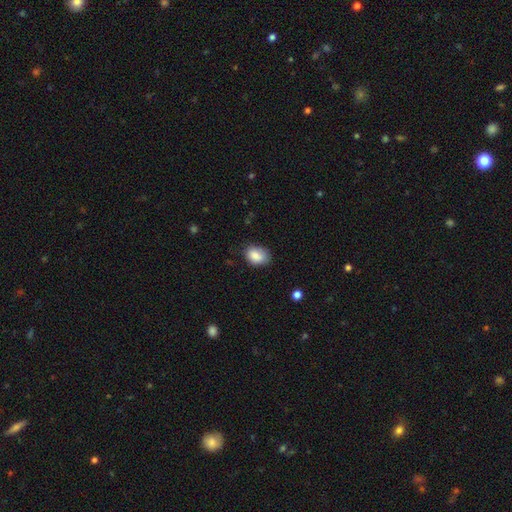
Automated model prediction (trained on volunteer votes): smooth 87%, star or artifact 8%, featured or disk 6%. Down the decision tree: how rounded — in between (79%); merging — none (72%).